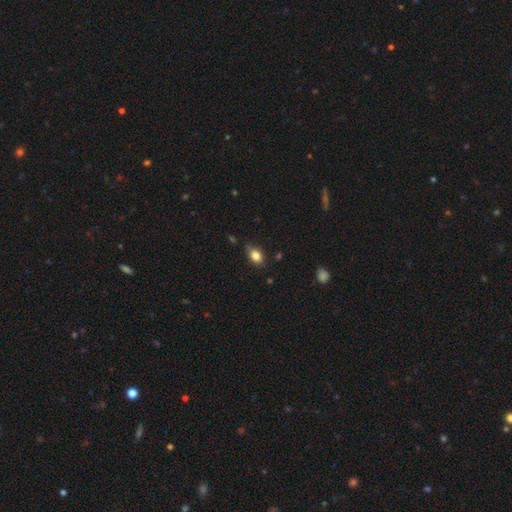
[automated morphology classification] This appears to be a smooth galaxy with no disk features (83%) that is in between round and cigar-shaped (77%). Merging: none (76%).